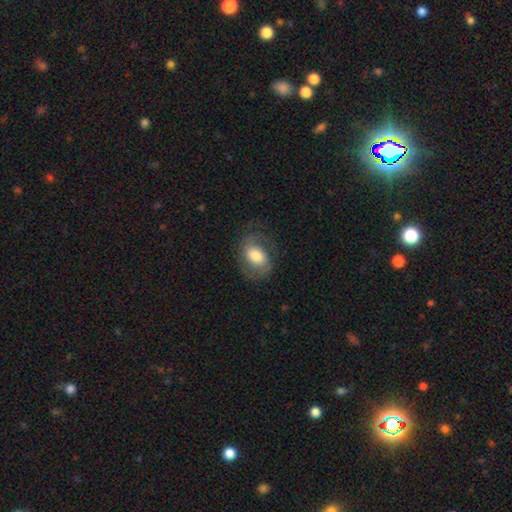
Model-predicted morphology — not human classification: type=smooth (54%); roundness=in between (77%); merging=none (63%).